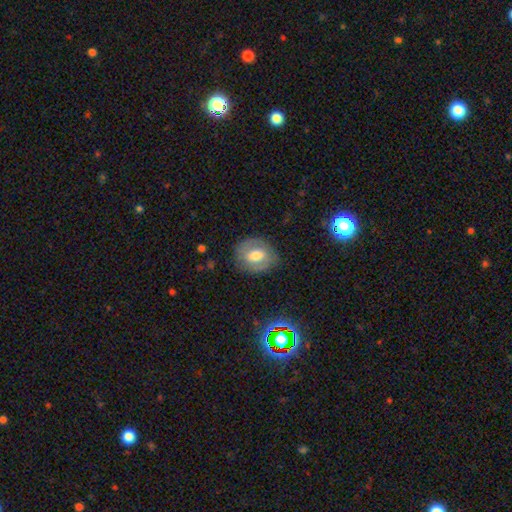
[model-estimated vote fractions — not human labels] Smooth or featured? smooth (53%)
How rounded? round (53%)
Merging? none (80%)